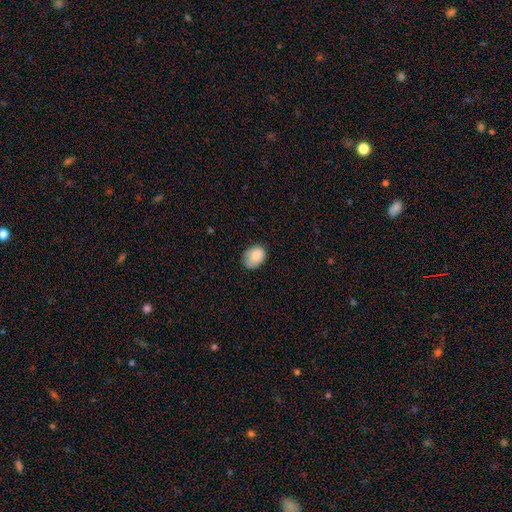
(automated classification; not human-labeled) Morphology: type=smooth (87%); roundness=in between (72%); merging=none (66%).